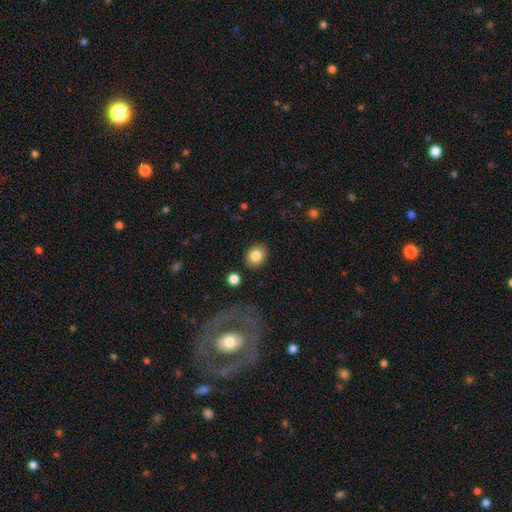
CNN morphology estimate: smooth 83%, star or artifact 9%, featured or disk 8%. Down the decision tree: how rounded — round (64%); merging — none (87%).